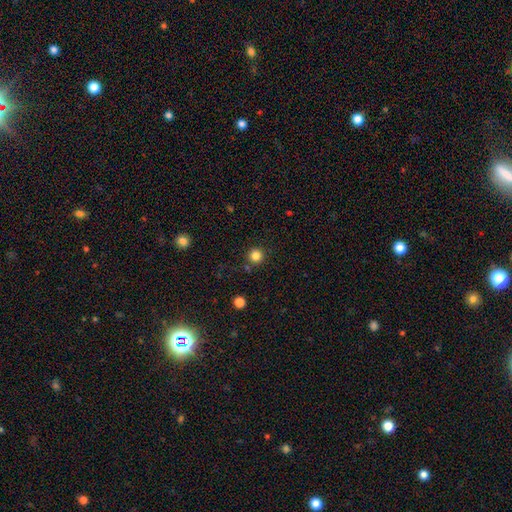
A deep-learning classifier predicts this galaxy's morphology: smooth-or-featured: smooth: 83% | star or artifact: 13% | featured or disk: 4%
  how-rounded: round: 96% | in between: 3% | cigar-shaped: 1%
  merging: none: 88% | minor disturbance: 6% | merger: 4% | major disturbance: 2%